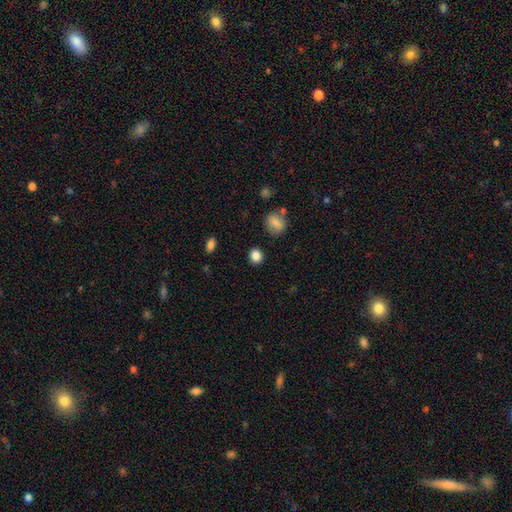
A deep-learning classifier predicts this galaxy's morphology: A smooth galaxy with no disk features (86%) that is round (74%).

Vote fractions:
- Smooth or featured? smooth: 86% / star or artifact: 10% / featured or disk: 4%
- How rounded? round: 74% / in between: 25% / cigar-shaped: 1%
- Merging? none: 87% / minor disturbance: 8% / major disturbance: 3% / merger: 2%